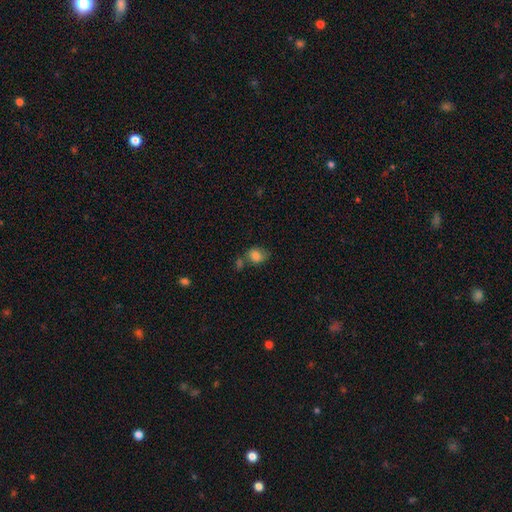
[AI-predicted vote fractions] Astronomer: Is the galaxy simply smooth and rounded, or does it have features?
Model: smooth — 81%.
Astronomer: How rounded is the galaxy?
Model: in between — 57% (runner-up: round, 42%).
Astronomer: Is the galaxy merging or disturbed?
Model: none — 46% (runner-up: minor disturbance, 23%).